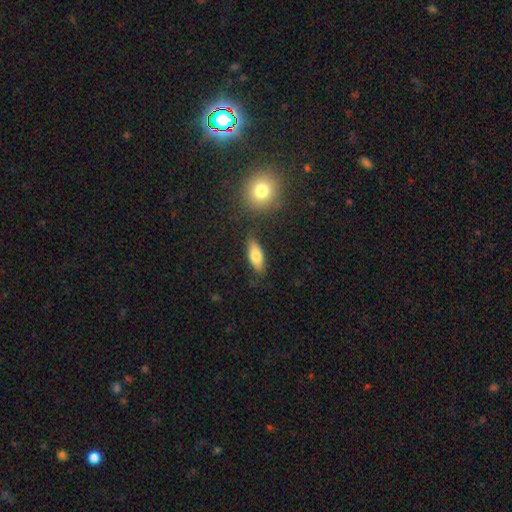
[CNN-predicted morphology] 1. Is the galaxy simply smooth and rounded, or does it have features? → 74% smooth, 19% featured or disk, 7% star or artifact.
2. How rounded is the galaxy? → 75% in between, 22% cigar-shaped, 3% round.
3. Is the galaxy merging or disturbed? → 80% none, 13% minor disturbance, 4% merger, 3% major disturbance.